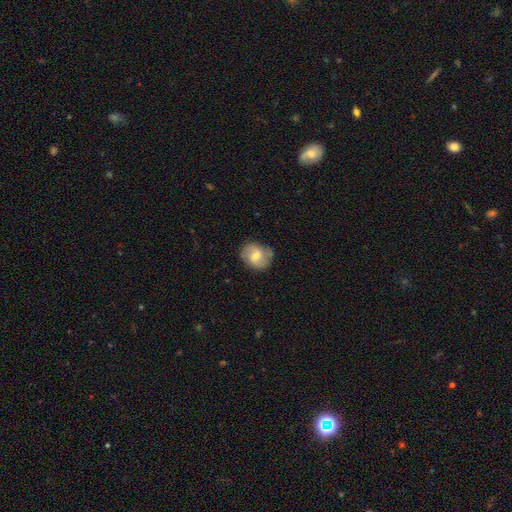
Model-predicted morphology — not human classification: A smooth galaxy with no disk features (50%).

Vote fractions:
- Smooth or featured? smooth: 50% / featured or disk: 42% / star or artifact: 8%
- Merging? none: 73% / minor disturbance: 20% / major disturbance: 5% / merger: 2%